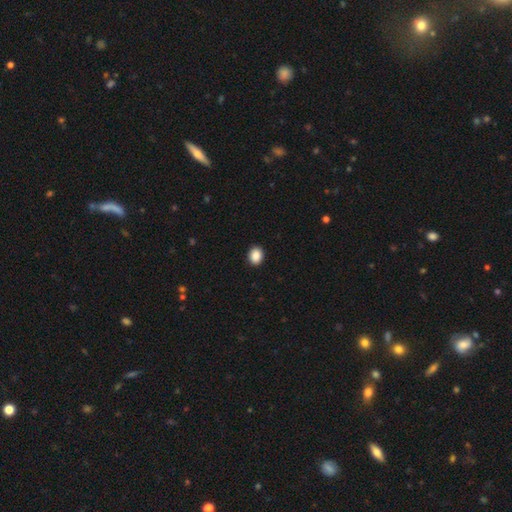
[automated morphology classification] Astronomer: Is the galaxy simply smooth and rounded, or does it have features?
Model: smooth — 89%.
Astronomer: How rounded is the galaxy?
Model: round — 54% (runner-up: in between, 45%).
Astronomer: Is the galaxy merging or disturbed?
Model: none — 92%.